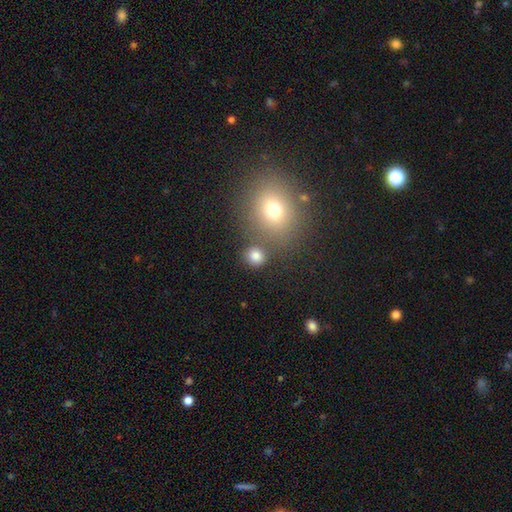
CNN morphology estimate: Smooth or featured? Predicted: smooth (p=0.80). How rounded? Predicted: round (p=0.84). Merging? Predicted: none (p=0.75).